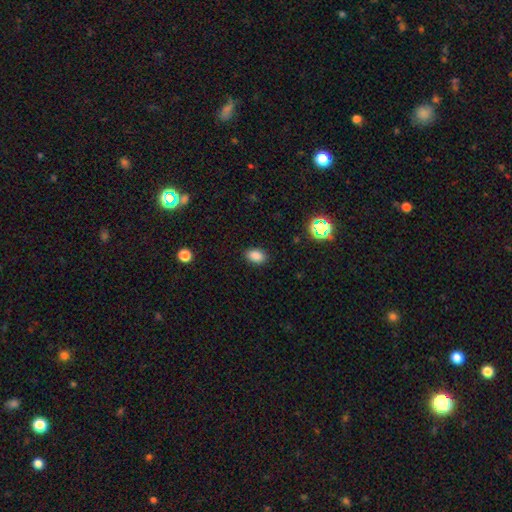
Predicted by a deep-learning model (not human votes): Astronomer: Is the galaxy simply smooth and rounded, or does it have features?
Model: smooth — 85%.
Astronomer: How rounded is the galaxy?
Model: in between — 86%.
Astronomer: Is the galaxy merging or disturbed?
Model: none — 88%.